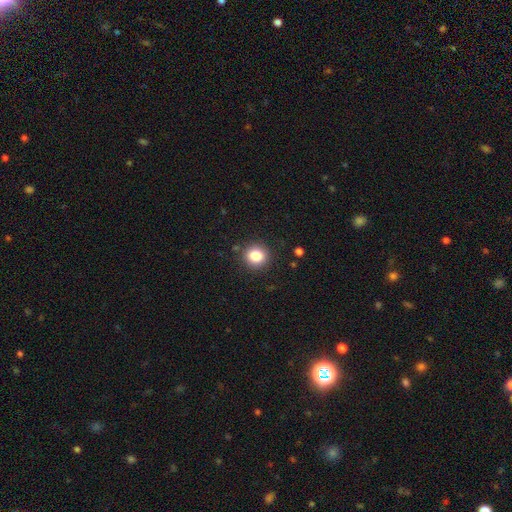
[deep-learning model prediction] Smooth or featured?
  - smooth: 83% *
  - star or artifact: 11%
  - featured or disk: 6%
How rounded?
  - round: 87% *
  - in between: 12%
  - cigar-shaped: 1%
Merging?
  - none: 89% *
  - minor disturbance: 7%
  - major disturbance: 2%
  - merger: 1%